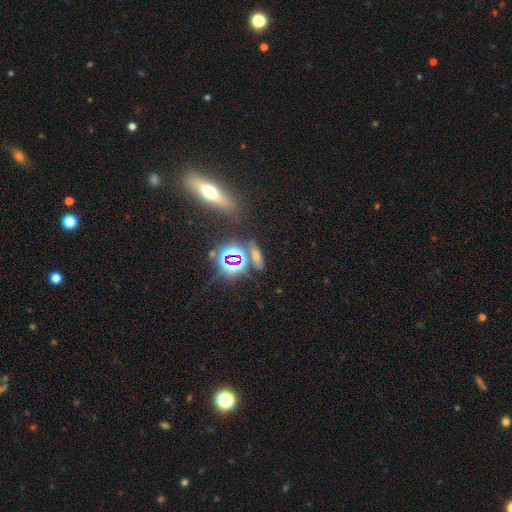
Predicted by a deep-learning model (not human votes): A star or artifact, not a galaxy (52%).

Vote fractions:
- Smooth or featured? star or artifact: 52% / smooth: 29% / featured or disk: 19%